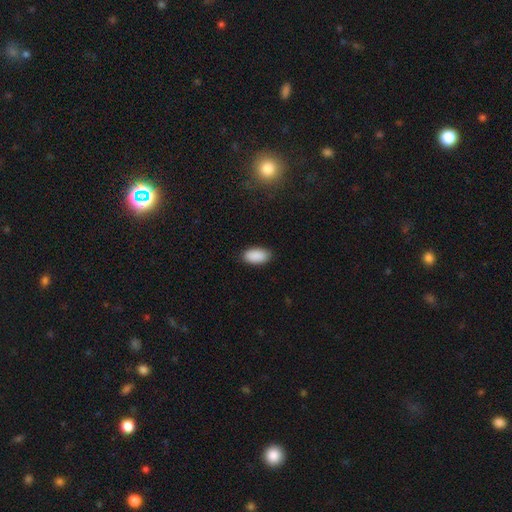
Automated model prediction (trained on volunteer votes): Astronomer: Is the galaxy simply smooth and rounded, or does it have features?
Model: smooth — 91%.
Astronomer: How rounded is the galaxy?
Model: in between — 95%.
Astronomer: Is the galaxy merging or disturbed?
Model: none — 87%.